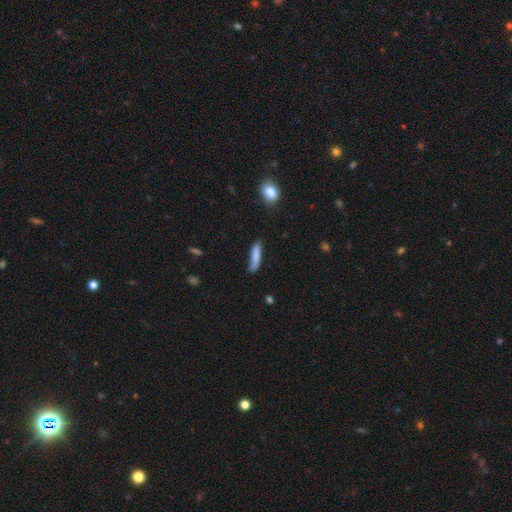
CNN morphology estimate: A smooth galaxy with no disk features (77%) that is cigar-shaped (79%). Merging: none (65%).